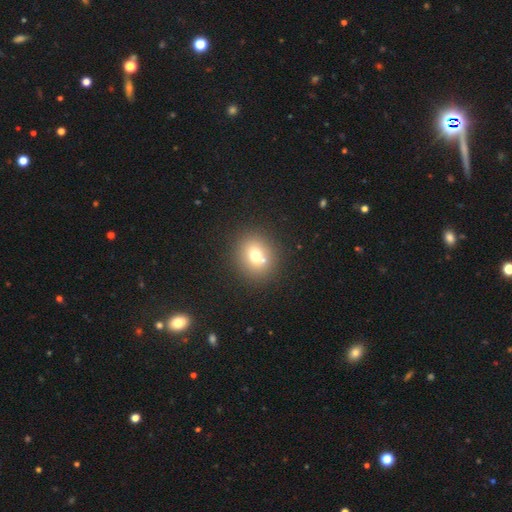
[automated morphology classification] A smooth galaxy with no disk features (69%) that is round (76%).

Vote fractions:
- Smooth or featured? smooth: 69% / featured or disk: 16% / star or artifact: 15%
- How rounded? round: 76% / in between: 23% / cigar-shaped: 1%
- Merging? none: 72% / merger: 16% / minor disturbance: 9% / major disturbance: 3%